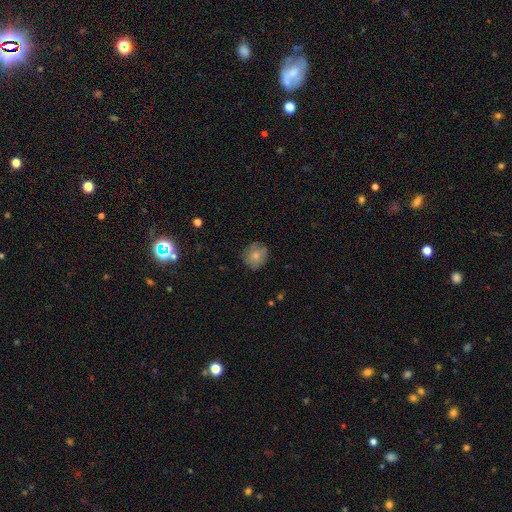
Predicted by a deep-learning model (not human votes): Morphology: type=smooth (72%); roundness=round (83%); merging=none (77%).